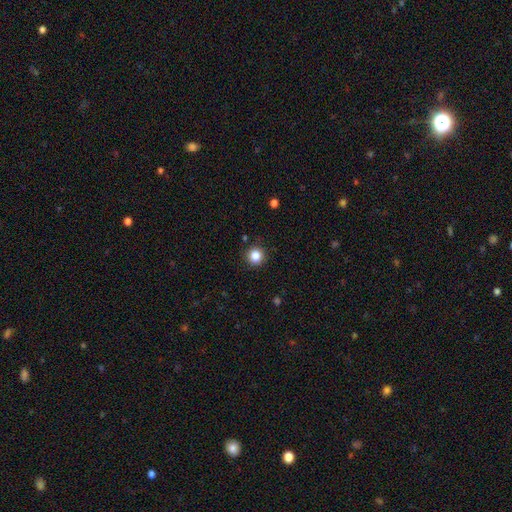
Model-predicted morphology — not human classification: A smooth galaxy with no disk features (85%) that is round (94%). Merging: none (90%).